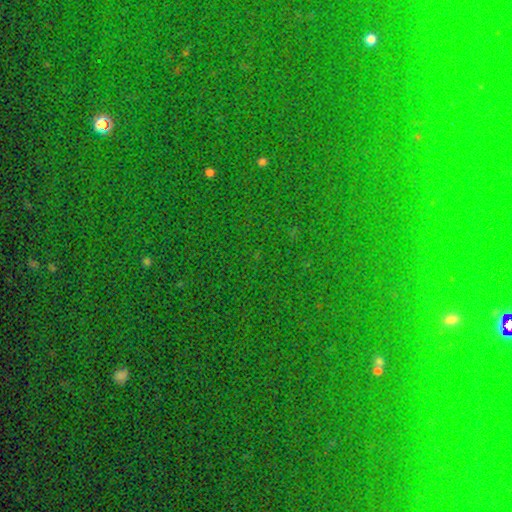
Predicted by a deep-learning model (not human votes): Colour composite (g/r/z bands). It shows a star or artifact, not a galaxy (80%).